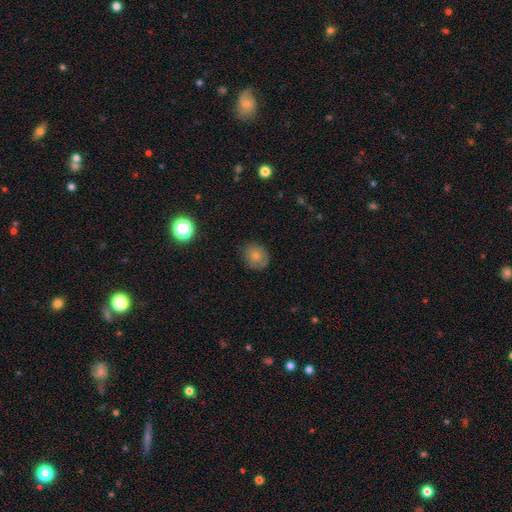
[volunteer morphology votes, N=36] smooth 75%, featured or disk 19%, star or artifact 6%. Down the decision tree: how rounded — round (81%); merging — none (76%).